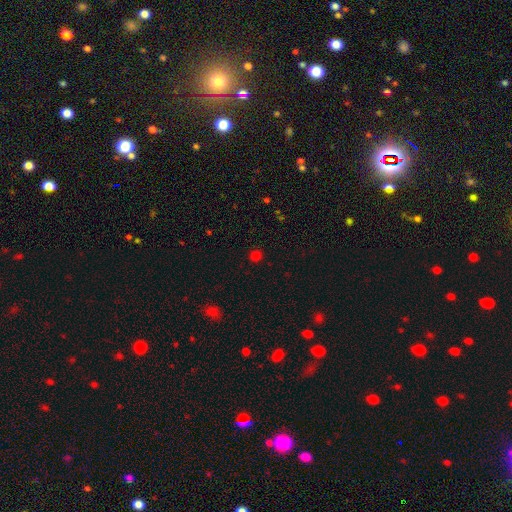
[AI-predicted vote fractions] Smooth or featured? Predicted: smooth (p=0.75). How rounded? Predicted: round (p=0.93). Merging? Predicted: none (p=0.91).